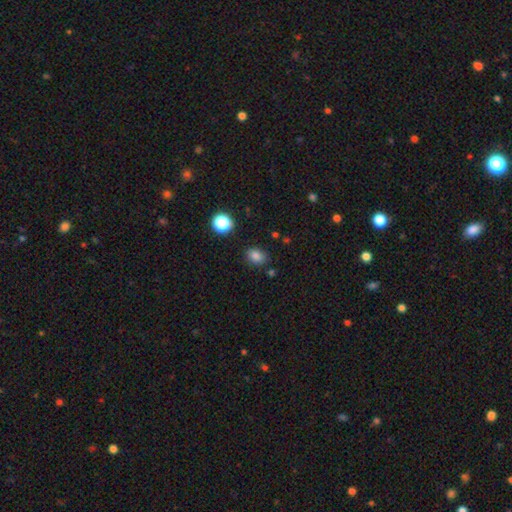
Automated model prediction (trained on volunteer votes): Morphology: type=smooth (82%); roundness=in between (66%); merging=none (81%).